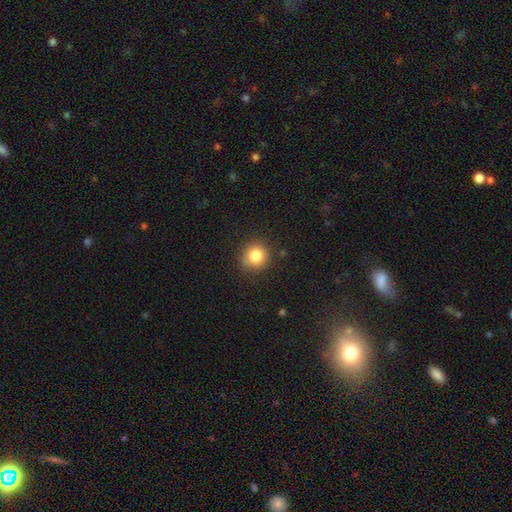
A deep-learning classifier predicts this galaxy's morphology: smooth-or-featured: smooth: 82% | star or artifact: 11% | featured or disk: 6%
  how-rounded: round: 91% | in between: 8% | cigar-shaped: 1%
  merging: none: 86% | minor disturbance: 9% | major disturbance: 3% | merger: 2%